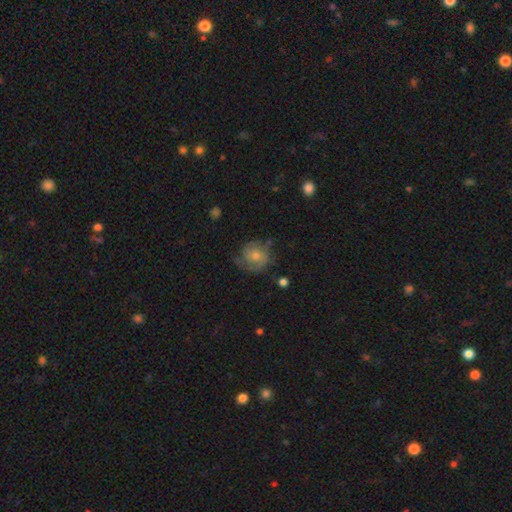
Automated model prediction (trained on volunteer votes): Smooth or featured: featured or disk — 53% (smooth — 36%)
Edge-on disk: no — 97% (yes — 3%)
Bar: no — 77% (weak — 20%)
Spiral arms: yes — 84% (no — 16%)
Bulge size: moderate — 46% (small — 45%)
Merging: none — 66% (minor disturbance — 21%)